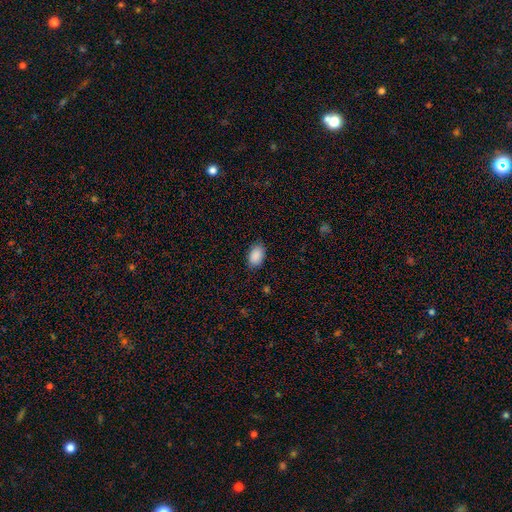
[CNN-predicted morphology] type=smooth (90%); roundness=in between (90%); merging=none (85%).